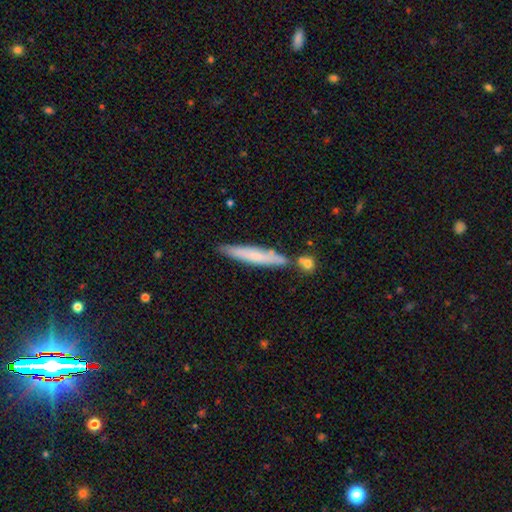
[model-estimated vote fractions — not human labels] Overall: smooth (56%; featured or disk 37%). How rounded: cigar-shaped (92%). Merging: none (71%).